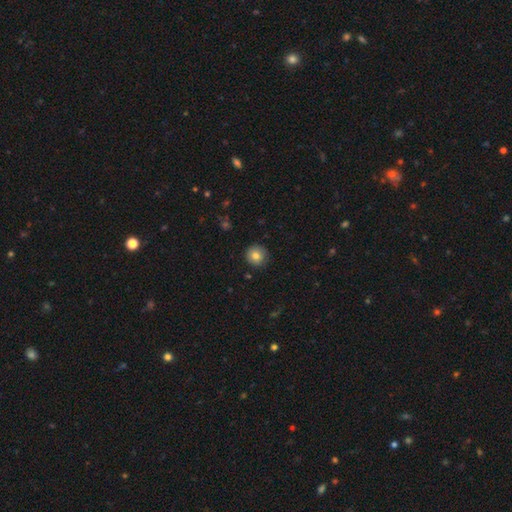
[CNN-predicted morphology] A smooth galaxy with no disk features (81%) that is round (94%).

Vote fractions:
- Smooth or featured? smooth: 81% / featured or disk: 10% / star or artifact: 9%
- How rounded? round: 94% / in between: 5% / cigar-shaped: 1%
- Merging? none: 88% / minor disturbance: 9% / major disturbance: 2% / merger: 1%